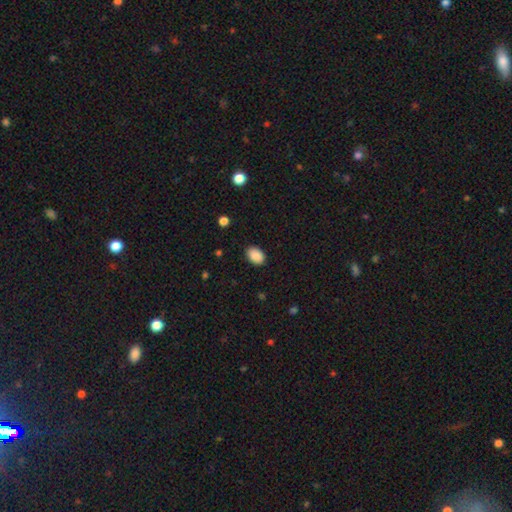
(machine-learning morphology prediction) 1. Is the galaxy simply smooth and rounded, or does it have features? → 89% smooth, 8% star or artifact, 3% featured or disk.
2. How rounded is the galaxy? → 81% in between, 18% round, 1% cigar-shaped.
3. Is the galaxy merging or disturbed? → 88% none, 9% minor disturbance, 2% major disturbance, 1% merger.